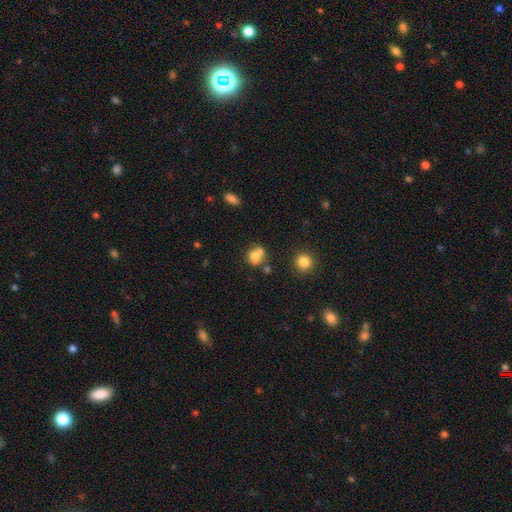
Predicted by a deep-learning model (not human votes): This is likely a smooth galaxy (69%). How rounded: likely round (71%). Merging: marginally merger (42%).